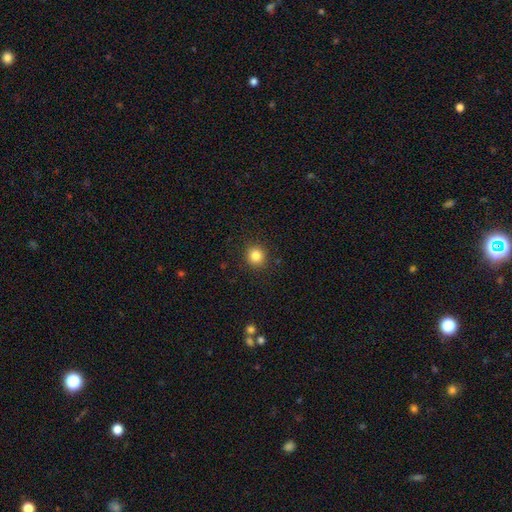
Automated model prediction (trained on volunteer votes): smooth_or_featured: smooth (p=0.83) [alt: star or artifact p=0.11]
how_rounded: round (p=0.92) [alt: in between p=0.07]
merging: none (p=0.91) [alt: minor disturbance p=0.06]